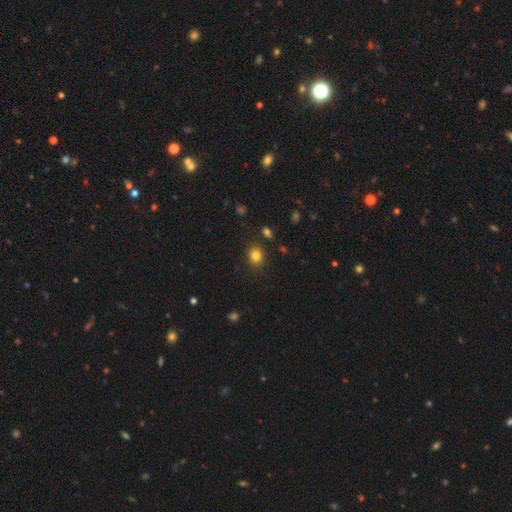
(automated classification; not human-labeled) smooth_or_featured: smooth (p=0.82) [alt: star or artifact p=0.12]
how_rounded: round (p=0.58) [alt: in between p=0.41]
merging: none (p=0.85) [alt: minor disturbance p=0.09]